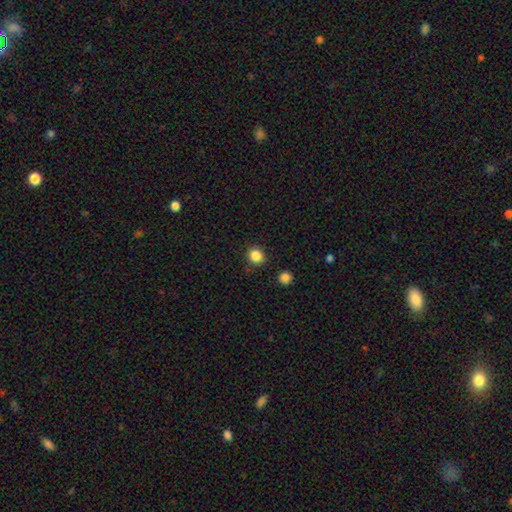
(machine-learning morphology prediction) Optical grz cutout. It shows a smooth galaxy with no disk features (86%) that is round (82%). Merging: none (88%).